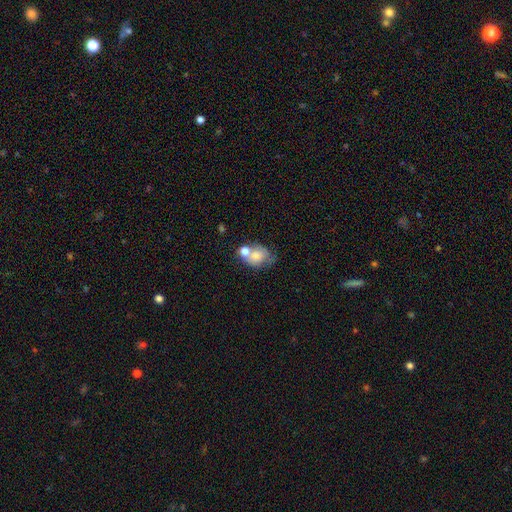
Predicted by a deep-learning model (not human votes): Overall: smooth (68%). How rounded: in between (57%; round 41%). Merging: merger (36%; none 35%).